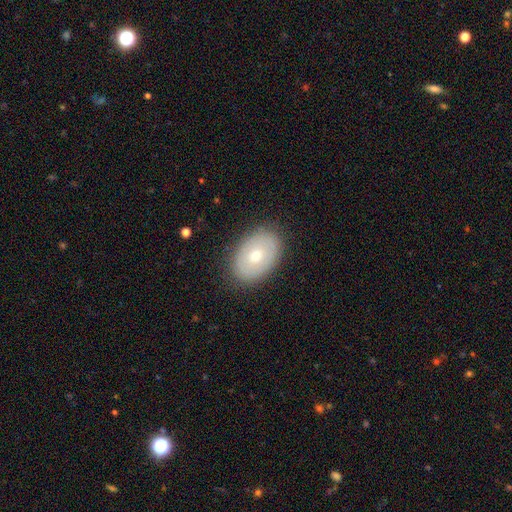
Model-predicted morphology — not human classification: The model was most divided on "smooth or featured": smooth: 59%, featured or disk: 34%, star or artifact: 7%. More confident: merging — none (85%); how rounded — in between (83%).